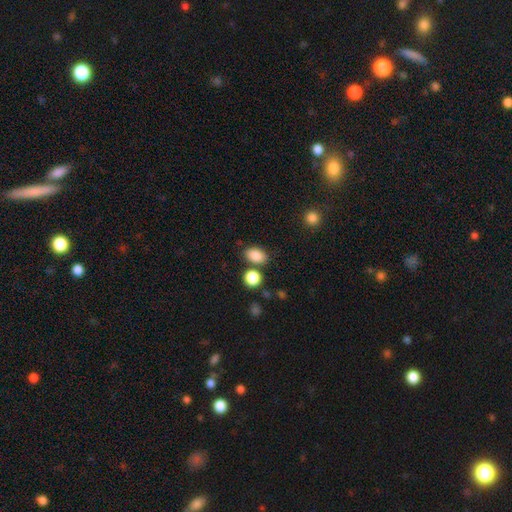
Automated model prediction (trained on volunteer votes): smooth_or_featured: smooth (p=0.86) [alt: star or artifact p=0.09]
how_rounded: in between (p=0.82) [alt: round p=0.17]
merging: none (p=0.76) [alt: minor disturbance p=0.11]